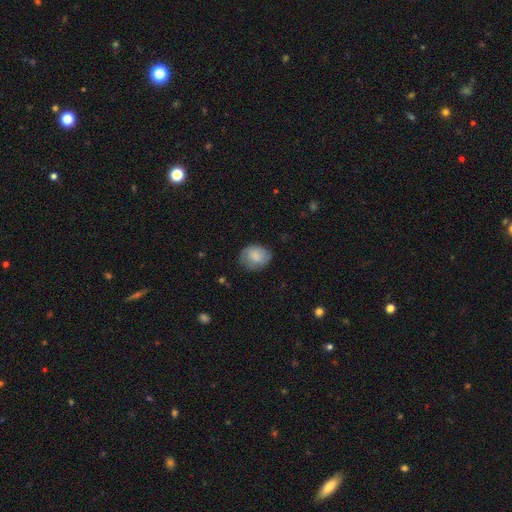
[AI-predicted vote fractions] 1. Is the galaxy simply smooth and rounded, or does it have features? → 71% smooth, 21% featured or disk, 7% star or artifact.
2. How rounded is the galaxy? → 56% round, 43% in between, 1% cigar-shaped.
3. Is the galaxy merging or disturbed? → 68% none, 24% minor disturbance, 7% major disturbance, 1% merger.